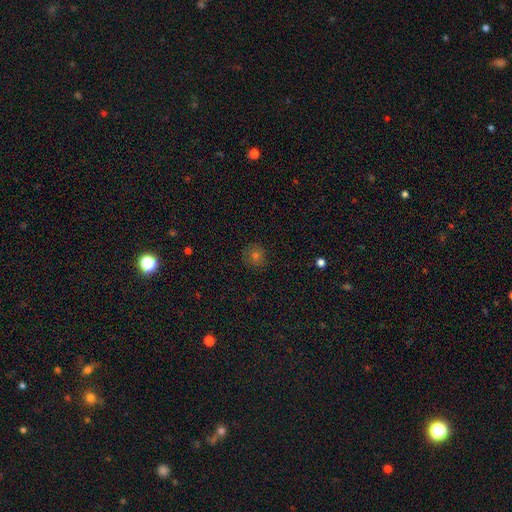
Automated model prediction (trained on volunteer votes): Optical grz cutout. It shows a smooth galaxy with no disk features (64%) that is round (91%). Merging: none (87%).